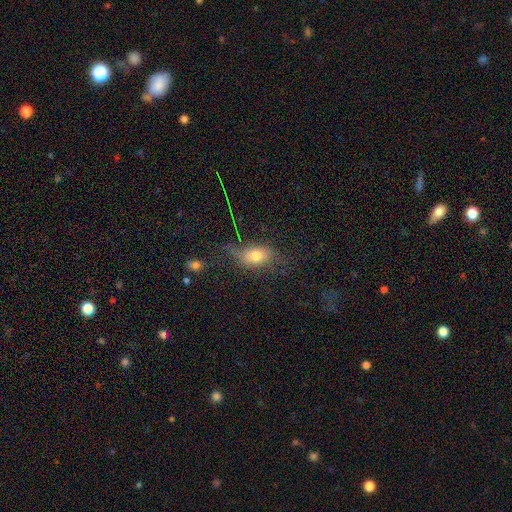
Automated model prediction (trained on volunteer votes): smooth-or-featured: smooth: 66% | featured or disk: 20% | star or artifact: 14%
  how-rounded: in between: 78% | round: 15% | cigar-shaped: 7%
  merging: none: 55% | minor disturbance: 24% | major disturbance: 17% | merger: 4%